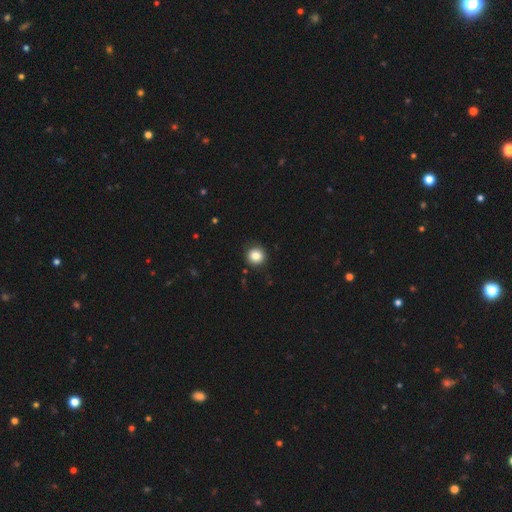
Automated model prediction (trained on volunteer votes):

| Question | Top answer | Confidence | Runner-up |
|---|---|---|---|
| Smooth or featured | smooth | 83% | star or artifact (10%) |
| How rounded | round | 94% | in between (5%) |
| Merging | none | 90% | minor disturbance (7%) |